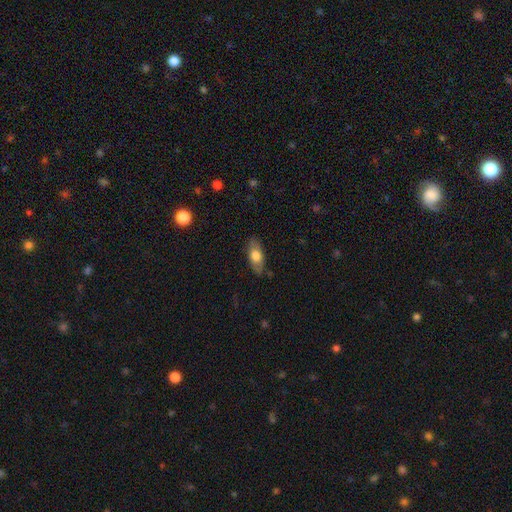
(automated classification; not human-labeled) This is likely a smooth galaxy (66%). How rounded: clearly in between (83%). Merging: clearly none (80%).